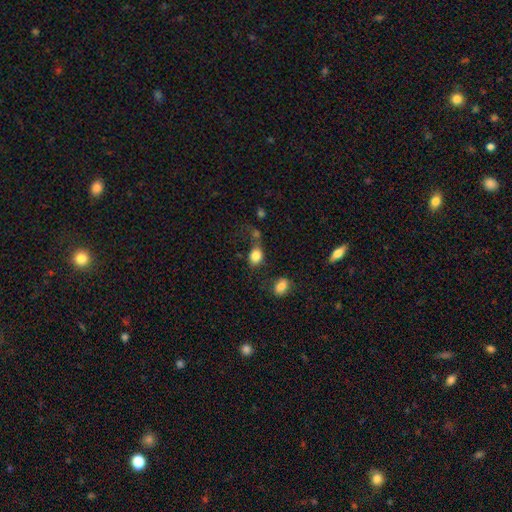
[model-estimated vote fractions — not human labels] Smooth or featured: smooth — 84% (star or artifact — 10%)
How rounded: in between — 63% (round — 36%)
Merging: none — 51% (minor disturbance — 20%)